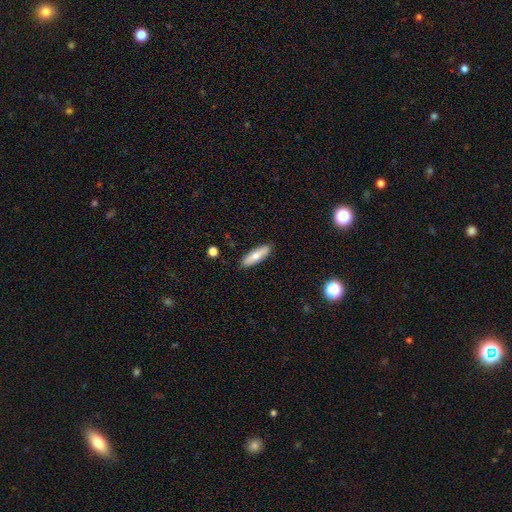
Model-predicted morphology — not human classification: smooth 67%, featured or disk 27%, star or artifact 6%. Down the decision tree: how rounded — cigar-shaped (57%); merging — none (89%).